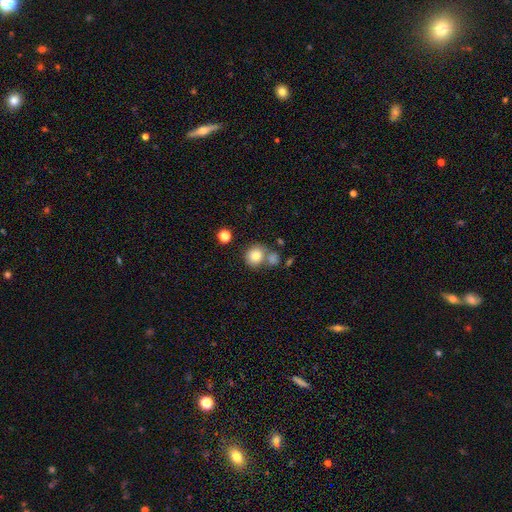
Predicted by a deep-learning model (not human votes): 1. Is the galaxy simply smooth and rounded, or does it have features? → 80% smooth, 10% star or artifact, 10% featured or disk.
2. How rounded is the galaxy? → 80% round, 19% in between, 1% cigar-shaped.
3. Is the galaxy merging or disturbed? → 58% none, 27% merger, 12% minor disturbance, 4% major disturbance.